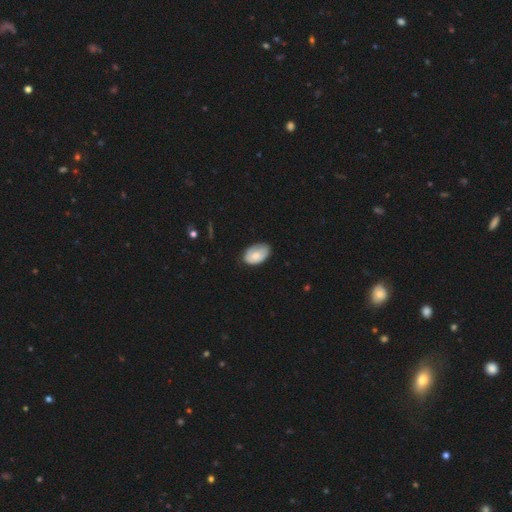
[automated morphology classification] smooth 75%, featured or disk 19%, star or artifact 6%. Down the decision tree: how rounded — in between (92%); merging — none (69%).